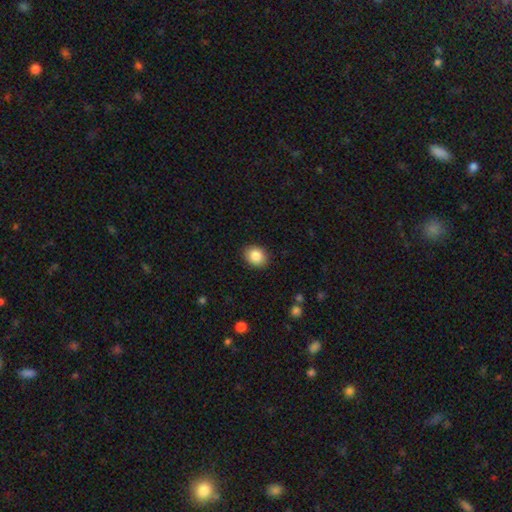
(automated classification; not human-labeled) Smooth or featured: smooth — 85% (star or artifact — 9%)
How rounded: in between — 51% (round — 48%)
Merging: none — 89% (minor disturbance — 8%)